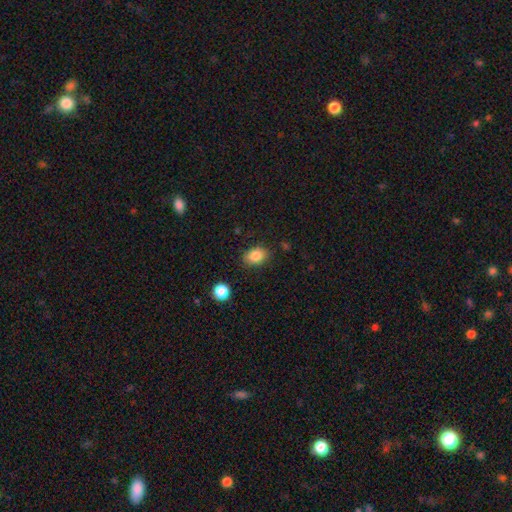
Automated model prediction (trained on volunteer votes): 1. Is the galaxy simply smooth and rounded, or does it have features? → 86% smooth, 9% star or artifact, 6% featured or disk.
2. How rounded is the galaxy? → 77% in between, 22% round, 1% cigar-shaped.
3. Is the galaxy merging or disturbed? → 83% none, 12% minor disturbance, 3% major disturbance, 2% merger.